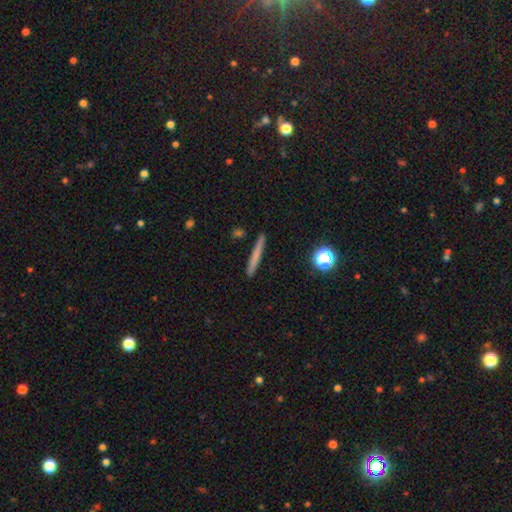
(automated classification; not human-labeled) Smooth or featured? smooth (64%)
How rounded? cigar-shaped (95%)
Merging? none (90%)